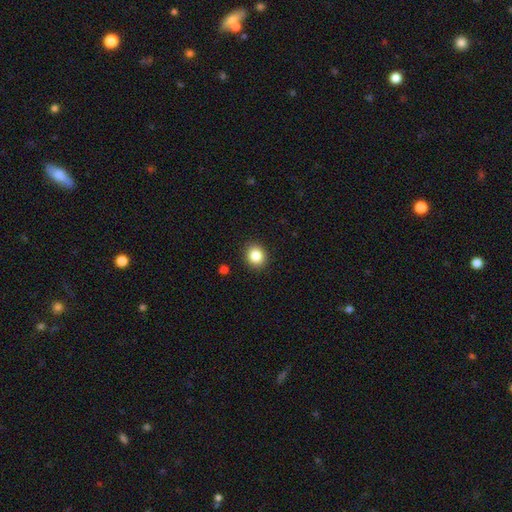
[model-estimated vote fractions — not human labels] Overall: smooth (85%). How rounded: round (71%). Merging: none (90%).